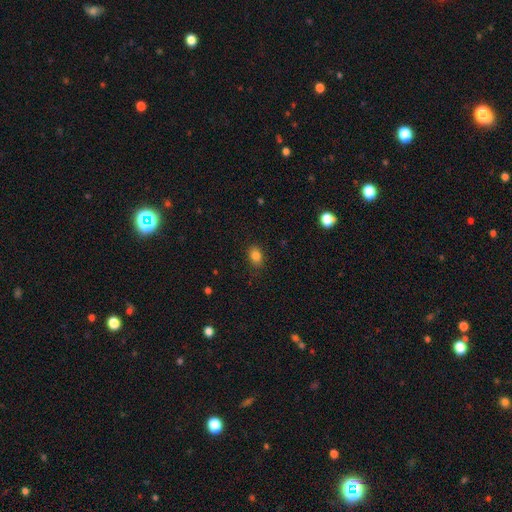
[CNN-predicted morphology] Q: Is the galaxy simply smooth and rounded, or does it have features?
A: smooth — 83%.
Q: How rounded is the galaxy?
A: in between — 75%.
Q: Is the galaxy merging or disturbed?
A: none — 84%.